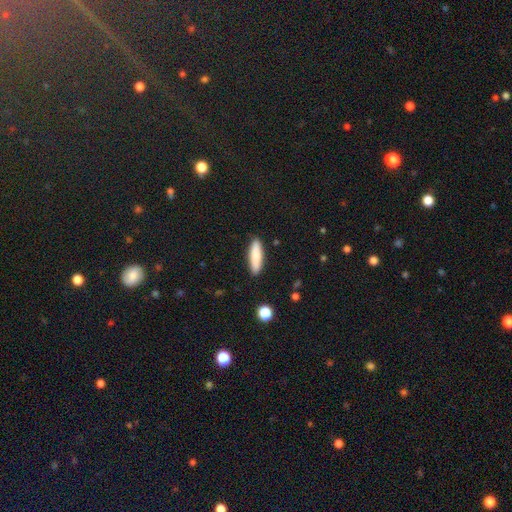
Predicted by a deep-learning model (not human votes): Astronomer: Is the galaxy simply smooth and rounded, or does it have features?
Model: smooth — 83%.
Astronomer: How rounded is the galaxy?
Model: cigar-shaped — 65%.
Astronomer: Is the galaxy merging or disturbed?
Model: none — 88%.